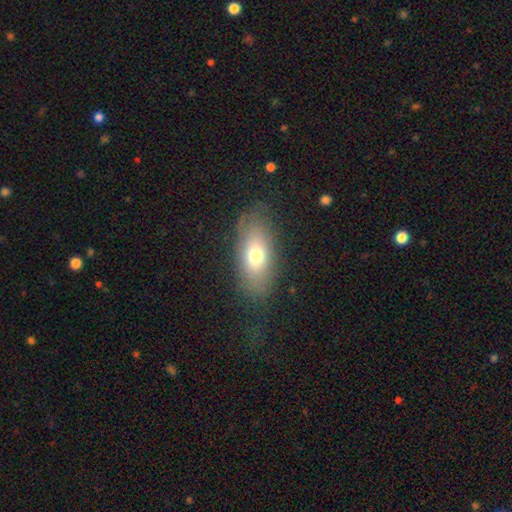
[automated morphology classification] Smooth or featured? smooth (69%)
How rounded? in between (86%)
Merging? none (78%)